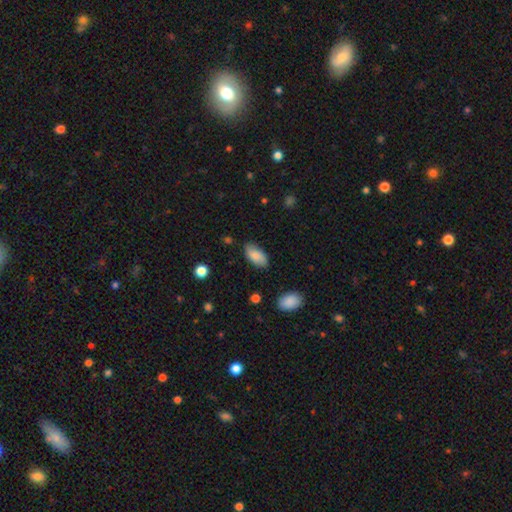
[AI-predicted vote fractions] Smooth or featured? smooth (84%)
How rounded? in between (94%)
Merging? none (81%)